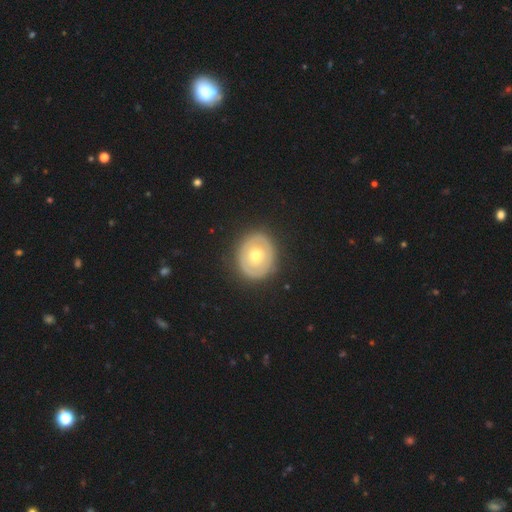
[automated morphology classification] Smooth or featured?
  - featured or disk: 49% *
  - smooth: 45%
  - star or artifact: 6%
Merging?
  - none: 86% *
  - minor disturbance: 9%
  - major disturbance: 3%
  - merger: 1%